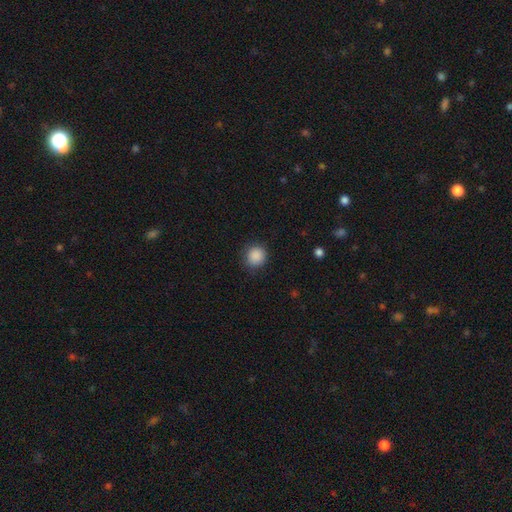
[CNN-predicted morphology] Smooth or featured? smooth (88%)
How rounded? round (91%)
Merging? none (87%)